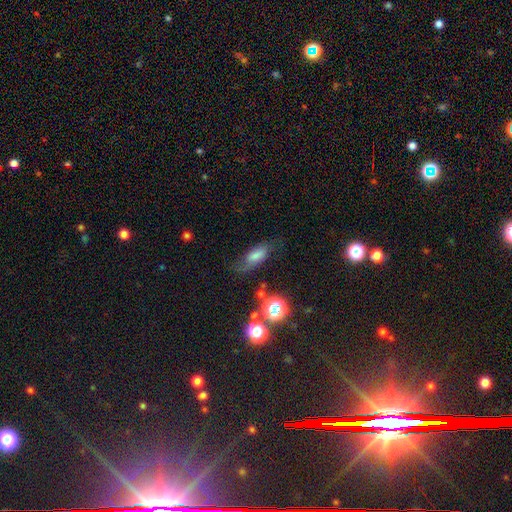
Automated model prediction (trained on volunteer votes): Smooth or featured: smooth — 53% (featured or disk — 29%)
How rounded: in between — 72% (cigar-shaped — 20%)
Merging: none — 59% (minor disturbance — 24%)